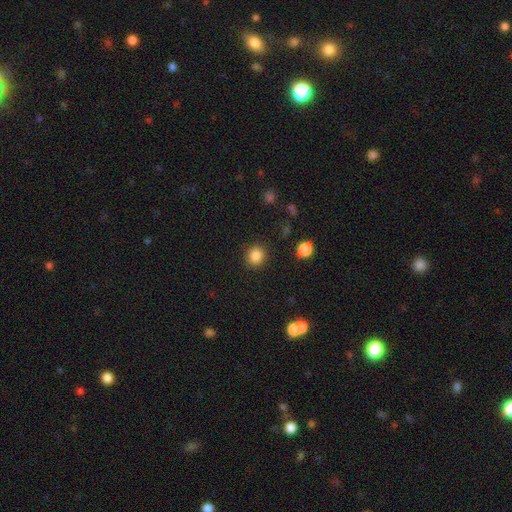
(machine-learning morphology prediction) The model was most divided on "how rounded": round: 83%, in between: 16%, cigar-shaped: 1%. More confident: merging — none (89%); smooth or featured — smooth (86%).